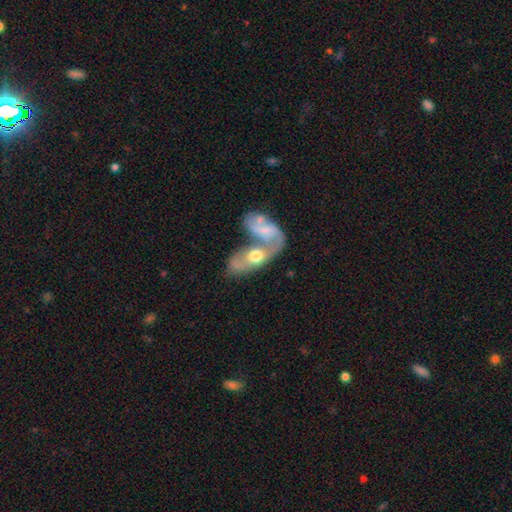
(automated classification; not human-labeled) A featured or disk galaxy (60%) with no bar (74%), spiral arms (58%) and a moderate central bulge (60%).

Vote fractions:
- Smooth or featured? featured or disk: 60% / smooth: 34% / star or artifact: 6%
- Edge-on disk? no: 89% / yes: 11%
- Bar? no: 74% / weak: 21% / strong: 5%
- Spiral arms? yes: 58% / no: 42%
- Bulge size? moderate: 60% / large: 18% / small: 15% / none: 4% / dominant: 2%
- Merging? merger: 69% / none: 14% / major disturbance: 9% / minor disturbance: 8%